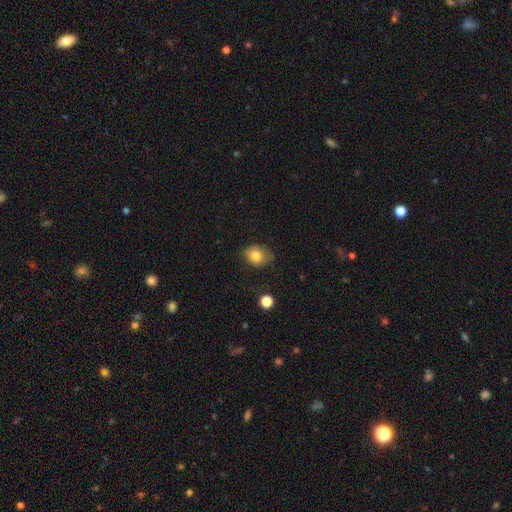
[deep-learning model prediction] Smooth or featured?
  - smooth: 80% *
  - featured or disk: 10%
  - star or artifact: 10%
How rounded?
  - round: 52% *
  - in between: 47%
  - cigar-shaped: 1%
Merging?
  - none: 69% *
  - minor disturbance: 24%
  - major disturbance: 5%
  - merger: 2%